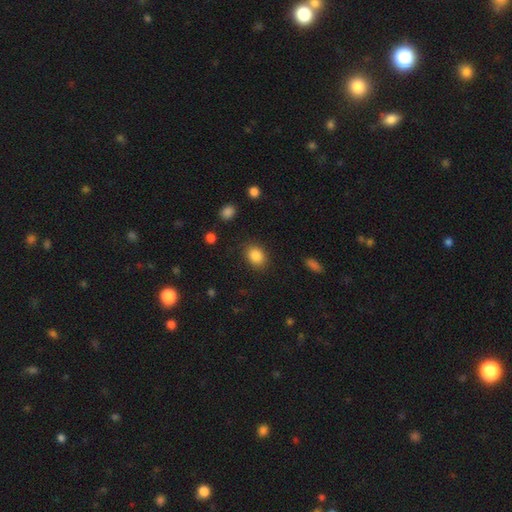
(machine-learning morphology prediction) smooth-or-featured: smooth: 86% | star or artifact: 9% | featured or disk: 5%
  how-rounded: in between: 56% | round: 43% | cigar-shaped: 1%
  merging: none: 84% | minor disturbance: 11% | major disturbance: 4% | merger: 2%